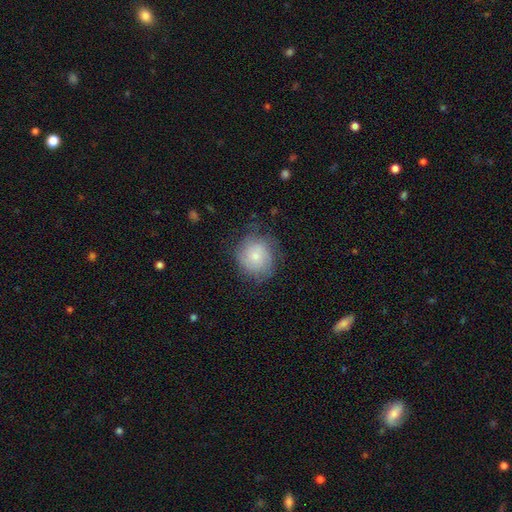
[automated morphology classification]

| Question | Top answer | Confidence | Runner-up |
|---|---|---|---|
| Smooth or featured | smooth | 59% | featured or disk (32%) |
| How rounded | round | 84% | in between (15%) |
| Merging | none | 66% | minor disturbance (23%) |